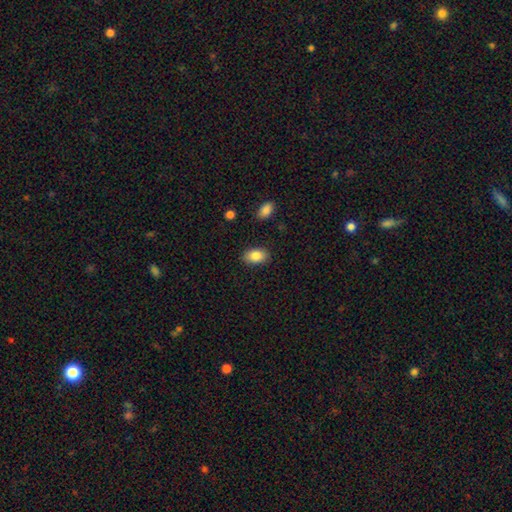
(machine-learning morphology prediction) smooth 85%, featured or disk 8%, star or artifact 7%. Down the decision tree: how rounded — in between (89%); merging — none (87%).